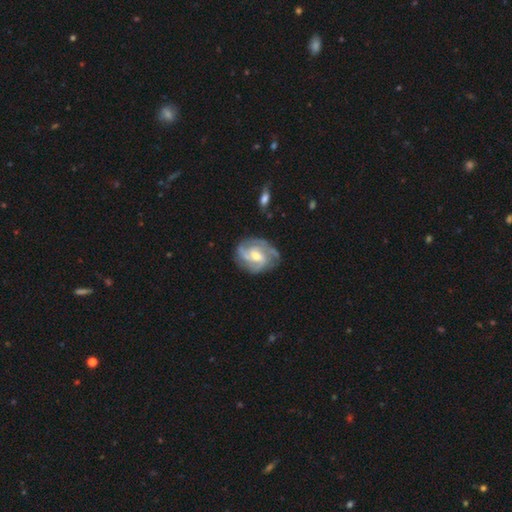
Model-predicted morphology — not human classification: This appears to be a featured or disk galaxy (87%) with a weak bar (46%), 3 (45%) tight (46%) spiral arms (97%) and a moderate central bulge (58%). Merging: none (73%).